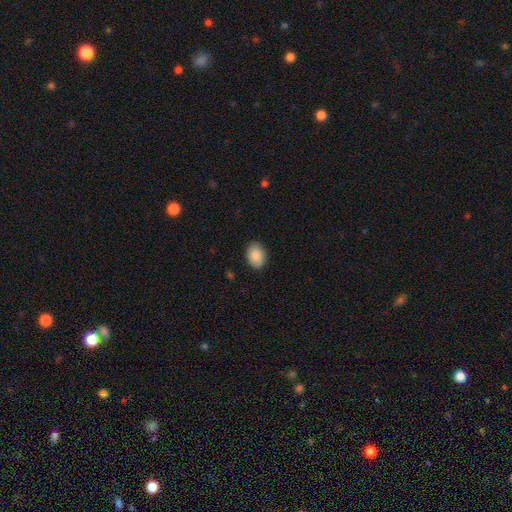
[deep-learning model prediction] A smooth galaxy with no disk features (88%) that is in between round and cigar-shaped (78%). Merging: none (88%).